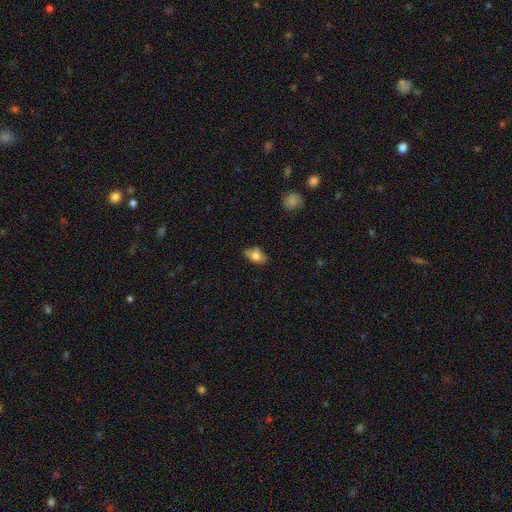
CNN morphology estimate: type=smooth (69%); roundness=in between (86%); merging=none (67%).